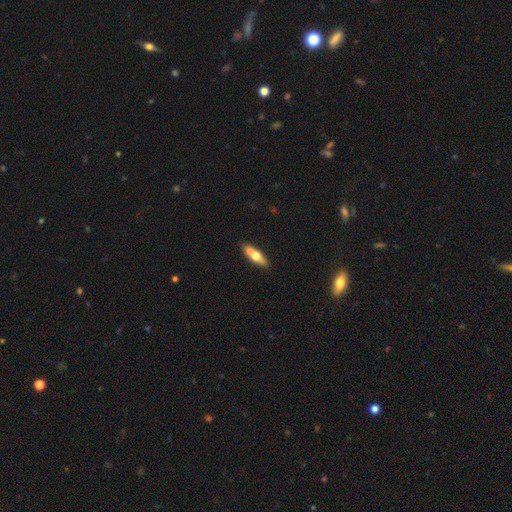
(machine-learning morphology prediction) smooth_or_featured: smooth (p=0.55) [alt: featured or disk p=0.39]
how_rounded: in between (p=0.50) [alt: cigar-shaped p=0.44]
merging: none (p=0.49) [alt: merger p=0.37]